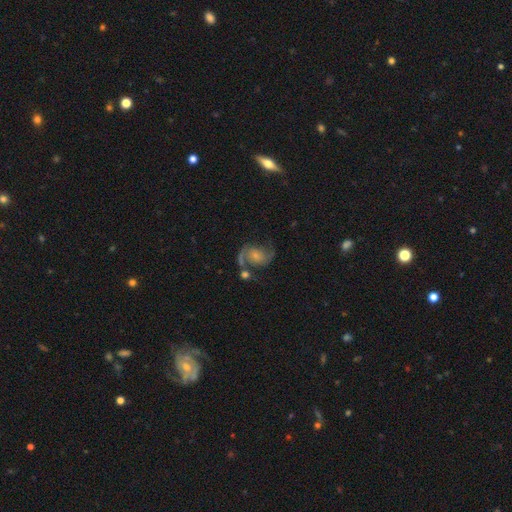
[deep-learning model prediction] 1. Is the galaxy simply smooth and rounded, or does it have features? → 84% featured or disk, 10% smooth, 6% star or artifact.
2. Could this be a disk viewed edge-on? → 98% no, 2% yes.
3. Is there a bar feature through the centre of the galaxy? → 60% no, 32% weak, 7% strong.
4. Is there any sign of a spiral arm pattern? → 96% yes, 4% no.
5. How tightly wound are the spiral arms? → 49% medium, 40% loose, 12% tight.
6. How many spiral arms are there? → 92% 2, 3% 1, 2% can't tell, 1% 3, 1% 4, 1% more than 4.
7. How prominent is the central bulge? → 54% small, 26% moderate, 14% none, 5% large, 2% dominant.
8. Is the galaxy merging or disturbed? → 56% none, 16% minor disturbance, 15% merger, 12% major disturbance.